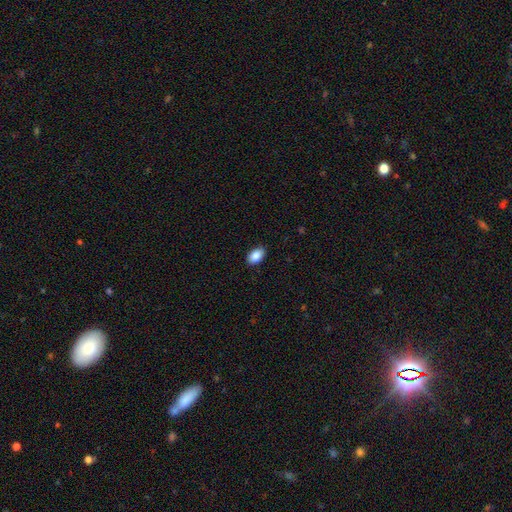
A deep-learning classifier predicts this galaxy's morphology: Smooth or featured?
  - smooth: 88% *
  - star or artifact: 7%
  - featured or disk: 5%
How rounded?
  - in between: 91% *
  - round: 7%
  - cigar-shaped: 1%
Merging?
  - none: 88% *
  - minor disturbance: 9%
  - major disturbance: 2%
  - merger: 1%